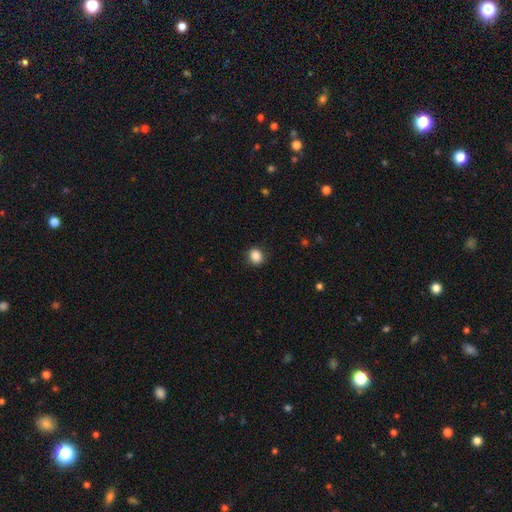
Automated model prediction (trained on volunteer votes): This is clearly a smooth galaxy (86%). How rounded: likely round (74%). Merging: clearly none (89%).